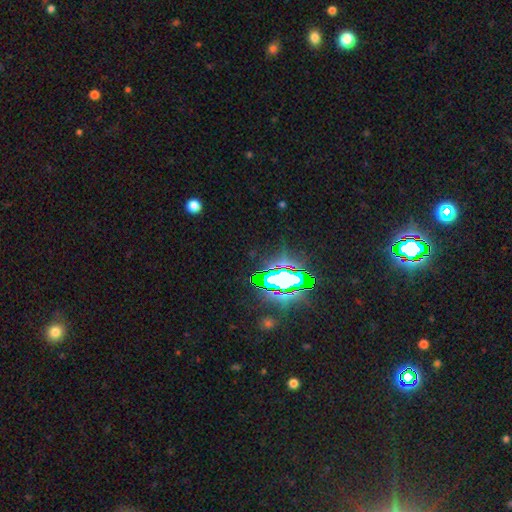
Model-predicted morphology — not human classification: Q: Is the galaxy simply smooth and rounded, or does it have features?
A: star or artifact — 79%.